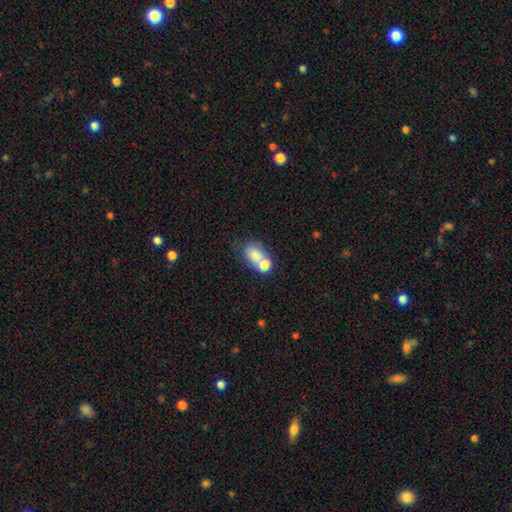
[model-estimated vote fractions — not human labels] A smooth galaxy with no disk features (73%) that is in between round and cigar-shaped (67%). Merging: merger (65%).